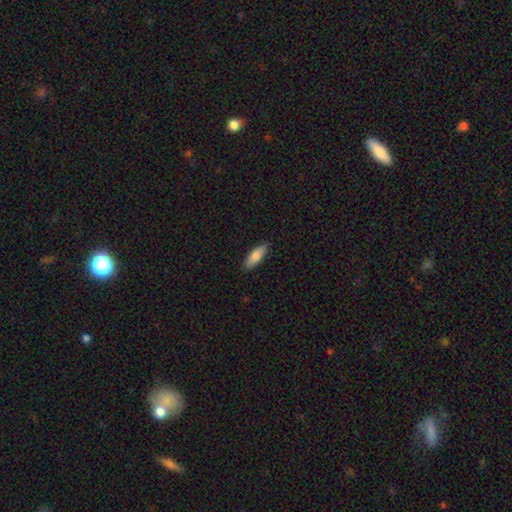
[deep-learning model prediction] smooth 82%, featured or disk 12%, star or artifact 6%. Down the decision tree: how rounded — in between (56%); merging — none (87%).